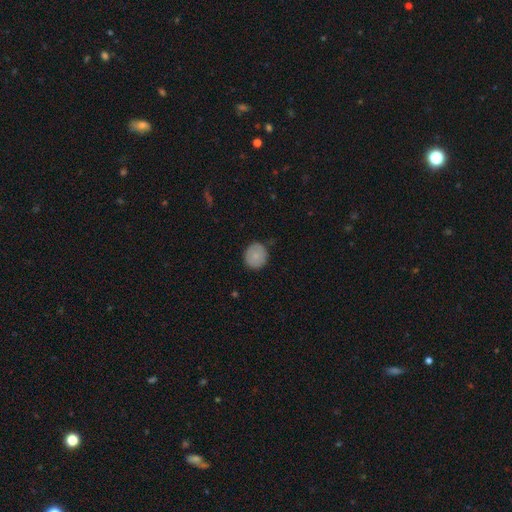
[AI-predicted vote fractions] Morphology: type=smooth (79%); roundness=round (85%); merging=none (81%).